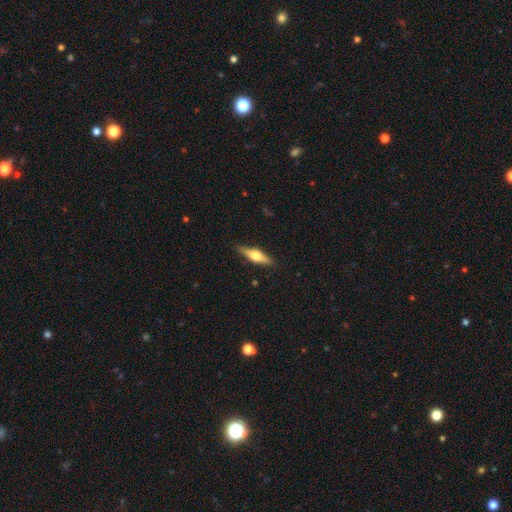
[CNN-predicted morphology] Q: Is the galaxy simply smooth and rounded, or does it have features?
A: featured or disk — 57%.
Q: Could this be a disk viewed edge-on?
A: yes — 95%.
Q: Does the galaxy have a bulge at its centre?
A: rounded — 93%.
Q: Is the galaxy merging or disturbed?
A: none — 88%.